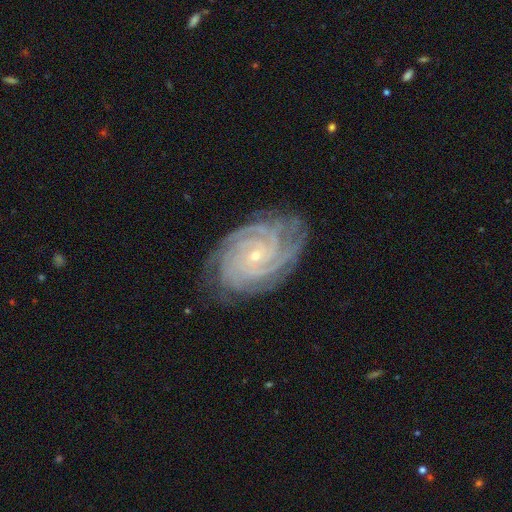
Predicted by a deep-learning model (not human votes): Smooth or featured? featured or disk (91%)
Edge-on disk? no (97%)
Bar? no (72%)
Spiral arms? yes (99%)
Spiral winding? tight (84%)
Spiral arm count? 4 (30%)
Bulge size? small (82%)
Merging? none (81%)